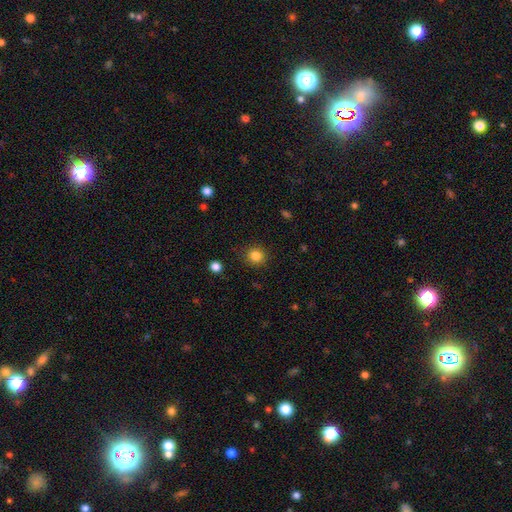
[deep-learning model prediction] A smooth galaxy with no disk features (84%) that is round (90%). Merging: none (89%).